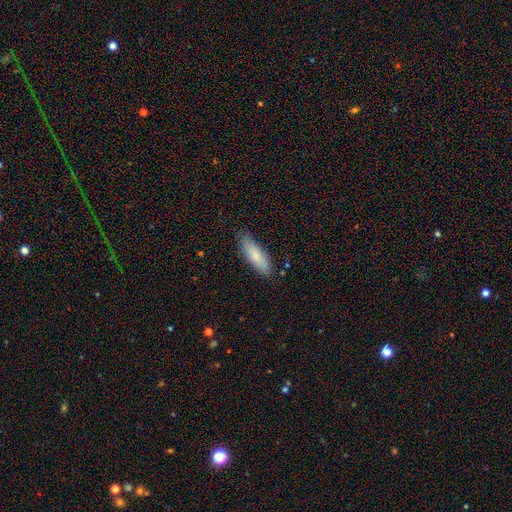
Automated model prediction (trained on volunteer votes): Smooth or featured?
  - smooth: 78% *
  - featured or disk: 16%
  - star or artifact: 6%
How rounded?
  - in between: 56% *
  - cigar-shaped: 43%
  - round: 2%
Merging?
  - none: 81% *
  - minor disturbance: 15%
  - major disturbance: 3%
  - merger: 1%